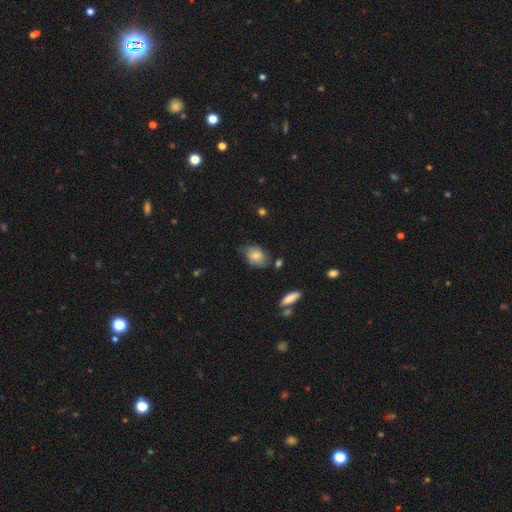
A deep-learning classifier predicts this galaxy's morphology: Smooth or featured: smooth — 67% (featured or disk — 25%)
How rounded: in between — 73% (round — 26%)
Merging: none — 52% (minor disturbance — 34%)